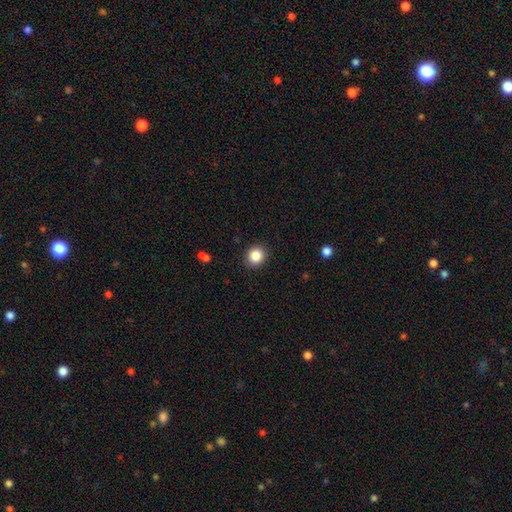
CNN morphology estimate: A smooth galaxy with no disk features (86%) that is round (86%).

Vote fractions:
- Smooth or featured? smooth: 86% / star or artifact: 10% / featured or disk: 4%
- How rounded? round: 86% / in between: 13% / cigar-shaped: 1%
- Merging? none: 90% / minor disturbance: 7% / major disturbance: 2% / merger: 1%